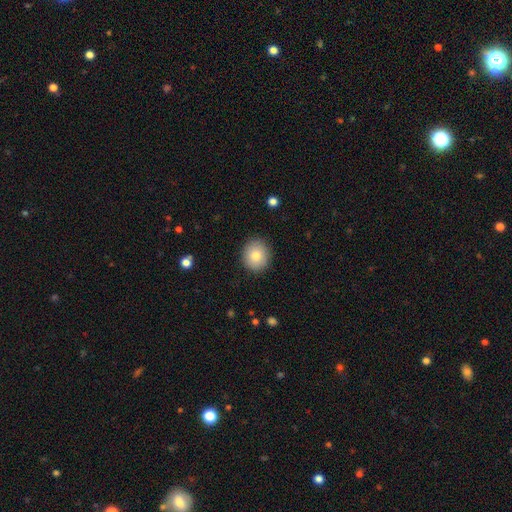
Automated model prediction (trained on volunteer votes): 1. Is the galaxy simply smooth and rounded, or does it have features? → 81% smooth, 10% featured or disk, 9% star or artifact.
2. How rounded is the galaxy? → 83% round, 16% in between, 1% cigar-shaped.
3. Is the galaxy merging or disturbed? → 90% none, 7% minor disturbance, 2% major disturbance, 1% merger.